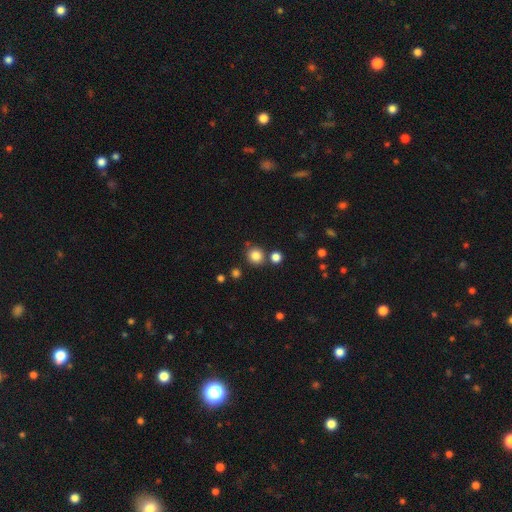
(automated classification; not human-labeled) The model was most divided on "smooth or featured": smooth: 83%, star or artifact: 12%, featured or disk: 5%. More confident: how rounded — round (90%); merging — none (80%).